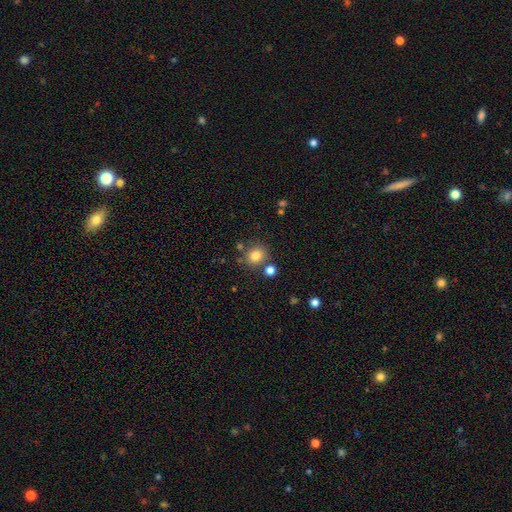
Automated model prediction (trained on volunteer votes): Smooth or featured: smooth — 79% (star or artifact — 13%)
How rounded: round — 84% (in between — 15%)
Merging: none — 76% (merger — 11%)